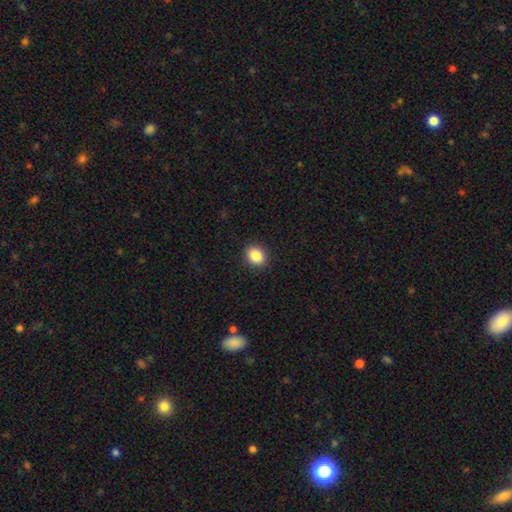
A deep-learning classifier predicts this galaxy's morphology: A smooth galaxy with no disk features (88%) that is round (50%).

Vote fractions:
- Smooth or featured? smooth: 88% / star or artifact: 9% / featured or disk: 3%
- How rounded? round: 50% / in between: 49% / cigar-shaped: 1%
- Merging? none: 90% / minor disturbance: 7% / major disturbance: 2% / merger: 1%